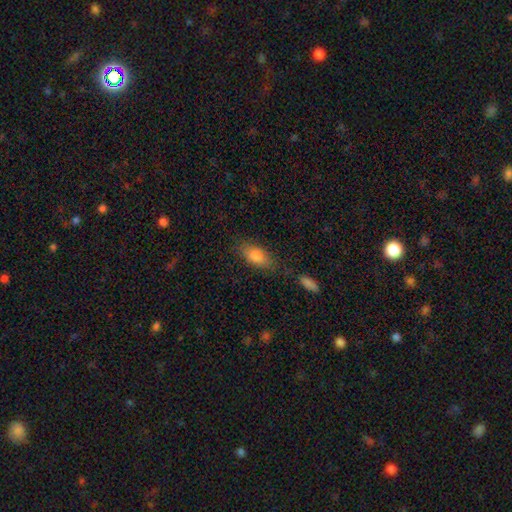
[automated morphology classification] Smooth or featured? Predicted: smooth (p=0.82). How rounded? Predicted: in between (p=0.83). Merging? Predicted: none (p=0.67).